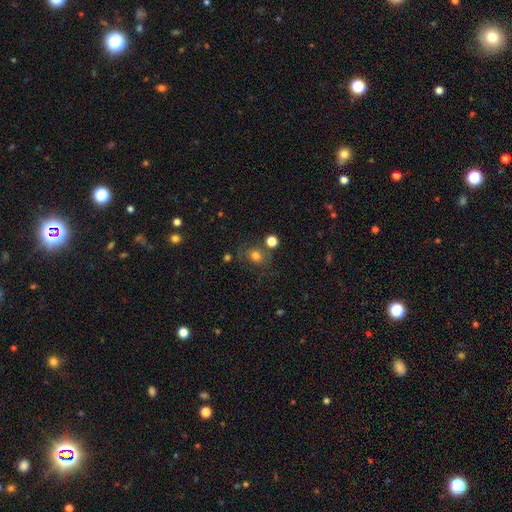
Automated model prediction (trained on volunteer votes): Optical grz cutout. It shows a smooth galaxy with no disk features (70%) that is round (68%). Merging: none (65%).